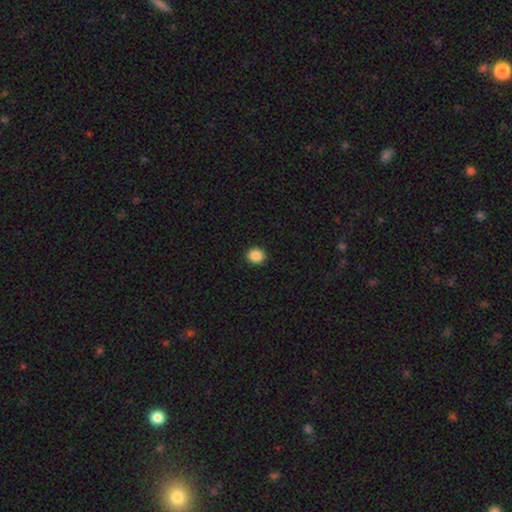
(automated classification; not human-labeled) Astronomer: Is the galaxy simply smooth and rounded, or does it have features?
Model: smooth — 88%.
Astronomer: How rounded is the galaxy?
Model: round — 85%.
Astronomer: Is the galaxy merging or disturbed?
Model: none — 92%.